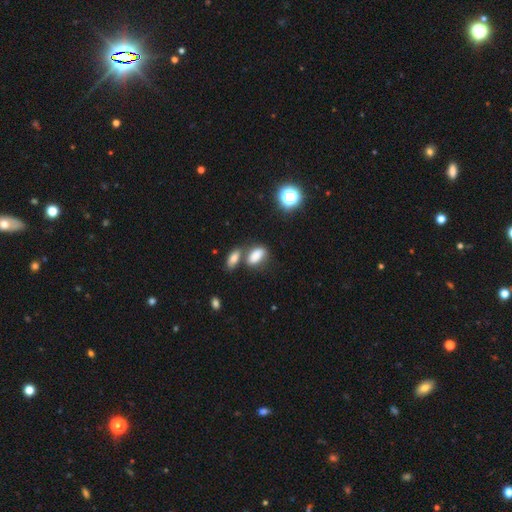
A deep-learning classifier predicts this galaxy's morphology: Smooth or featured: smooth — 81% (star or artifact — 11%)
How rounded: in between — 86% (round — 8%)
Merging: none — 46% (merger — 35%)